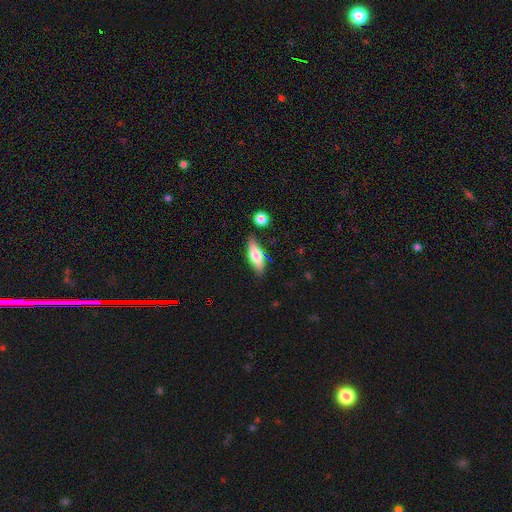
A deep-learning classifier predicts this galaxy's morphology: Smooth or featured? smooth (66%)
How rounded? in between (62%)
Merging? none (78%)